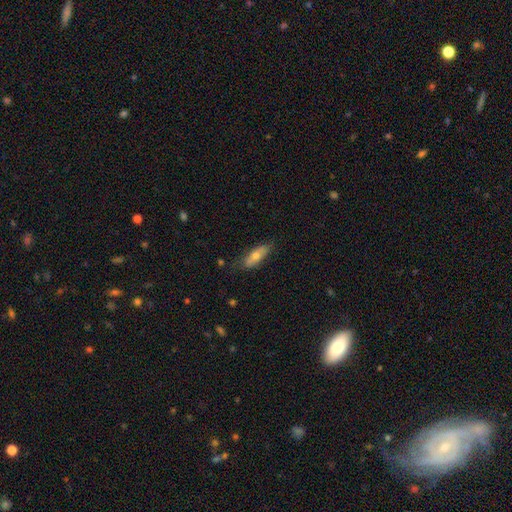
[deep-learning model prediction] smooth-or-featured: smooth: 60% | featured or disk: 33% | star or artifact: 7%
  how-rounded: cigar-shaped: 49% | in between: 48% | round: 3%
  merging: none: 78% | minor disturbance: 18% | major disturbance: 3% | merger: 2%